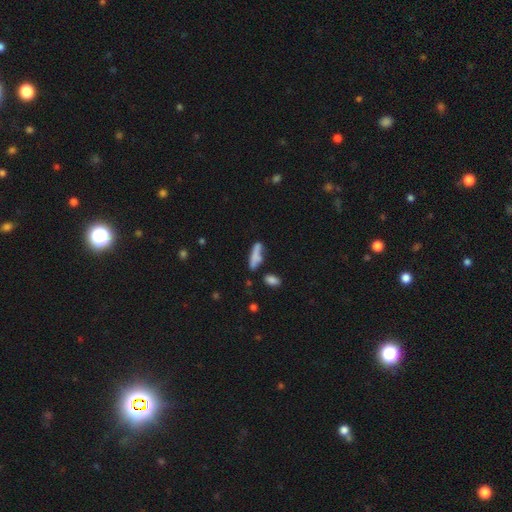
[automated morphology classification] Smooth or featured? smooth (73%)
How rounded? cigar-shaped (70%)
Merging? none (56%)